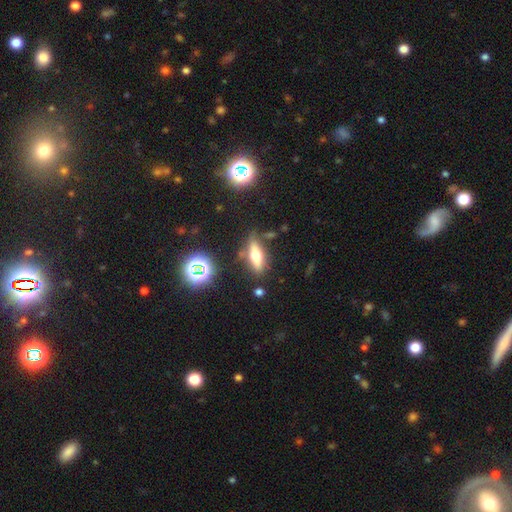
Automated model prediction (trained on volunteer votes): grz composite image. It shows a featured or disk galaxy (45%). Merging: none (76%).